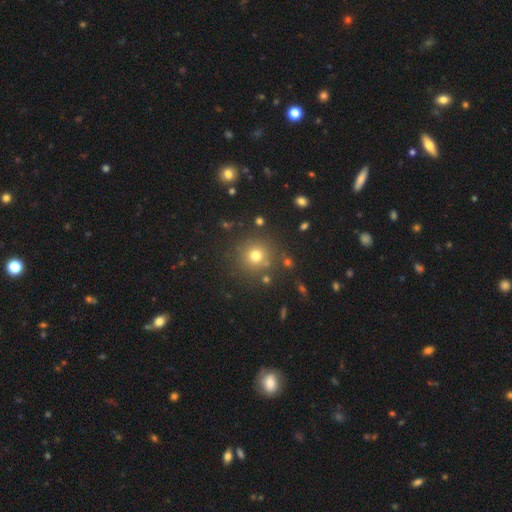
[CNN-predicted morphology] A smooth galaxy with no disk features (72%) that is round (94%).

Vote fractions:
- Smooth or featured? smooth: 72% / star or artifact: 19% / featured or disk: 9%
- How rounded? round: 94% / in between: 5% / cigar-shaped: 1%
- Merging? none: 84% / minor disturbance: 8% / merger: 4% / major disturbance: 4%